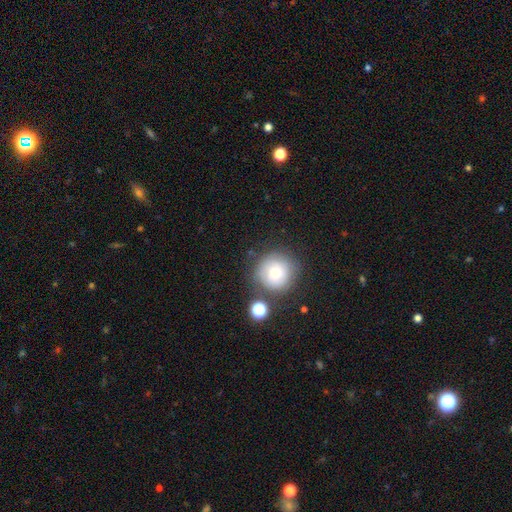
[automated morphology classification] Smooth or featured? Predicted: smooth (p=0.55). How rounded? Predicted: round (p=0.93). Merging? Predicted: none (p=0.82).